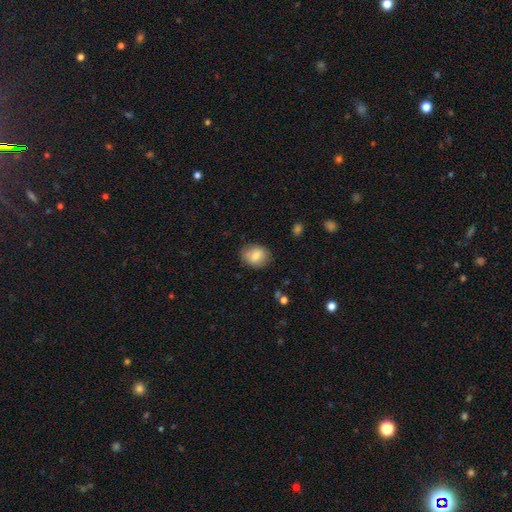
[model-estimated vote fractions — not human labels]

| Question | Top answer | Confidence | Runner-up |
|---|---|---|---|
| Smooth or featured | smooth | 79% | featured or disk (13%) |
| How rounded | round | 56% | in between (43%) |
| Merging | none | 81% | minor disturbance (14%) |